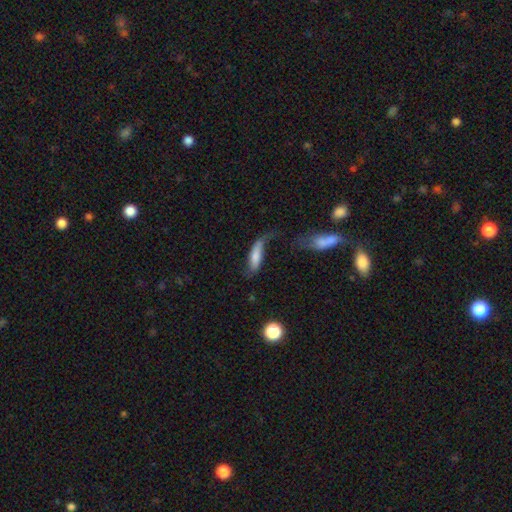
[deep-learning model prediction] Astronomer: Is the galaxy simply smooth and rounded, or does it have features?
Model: smooth — 59%.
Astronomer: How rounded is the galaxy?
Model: cigar-shaped — 49%, tied with in between at 49%.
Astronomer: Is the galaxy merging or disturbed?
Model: none — 33% (runner-up: major disturbance, 31%).